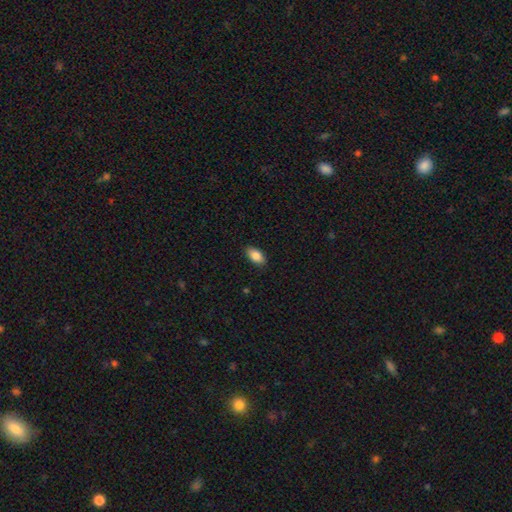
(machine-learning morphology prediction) Smooth or featured? Predicted: smooth (p=0.87). How rounded? Predicted: in between (p=0.93). Merging? Predicted: none (p=0.88).